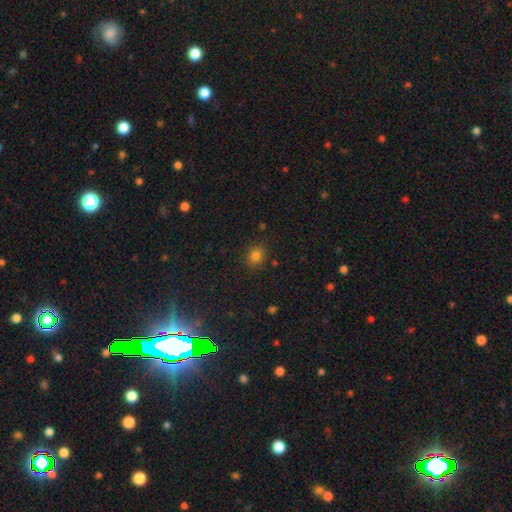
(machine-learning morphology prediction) This appears to be a smooth galaxy with no disk features (80%) that is round (70%). Merging: none (85%).